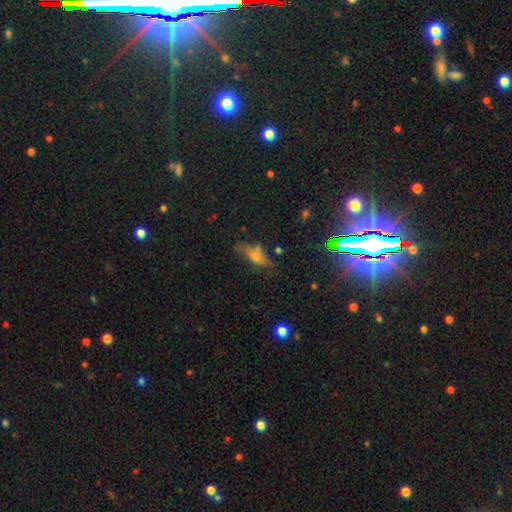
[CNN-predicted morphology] Q: Smooth or featured?
A: smooth (59%); runner-up: featured or disk (25%)
Q: How rounded?
A: in between (65%); runner-up: cigar-shaped (30%)
Q: Merging?
A: none (54%); runner-up: minor disturbance (26%)